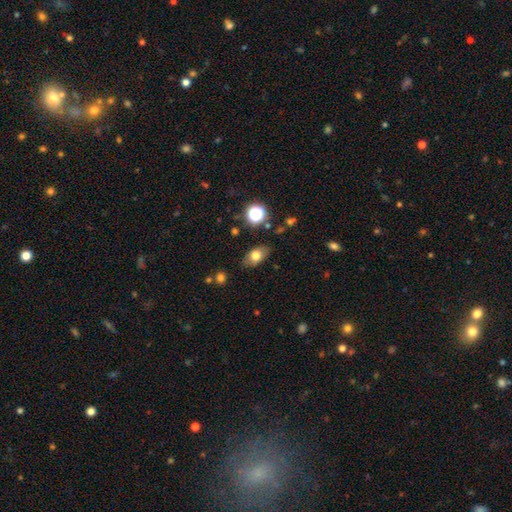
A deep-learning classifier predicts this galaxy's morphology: The model was most divided on "smooth or featured": smooth: 75%, featured or disk: 15%, star or artifact: 10%. More confident: how rounded — in between (84%); merging — none (82%).